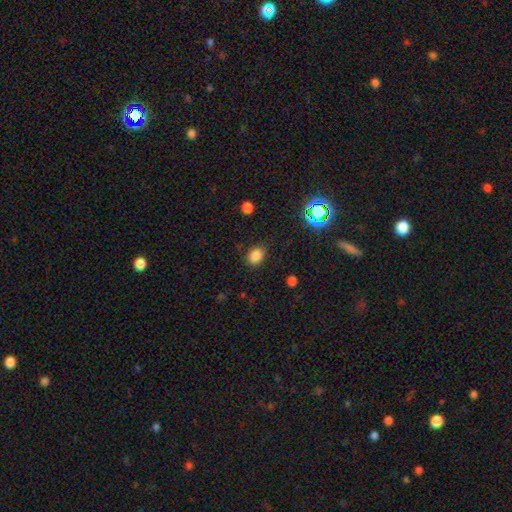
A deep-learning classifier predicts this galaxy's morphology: Smooth or featured: smooth — 82% (star or artifact — 13%)
How rounded: in between — 59% (round — 40%)
Merging: none — 82% (minor disturbance — 12%)